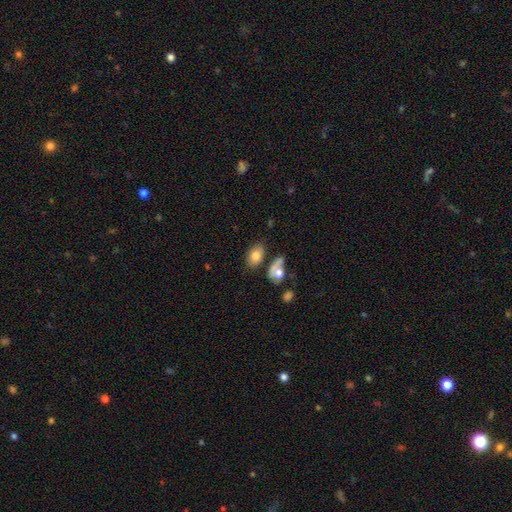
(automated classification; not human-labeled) Smooth or featured?
  - smooth: 79% *
  - featured or disk: 13%
  - star or artifact: 8%
How rounded?
  - in between: 87% *
  - round: 12%
  - cigar-shaped: 2%
Merging?
  - none: 57% *
  - merger: 18%
  - minor disturbance: 17%
  - major disturbance: 8%